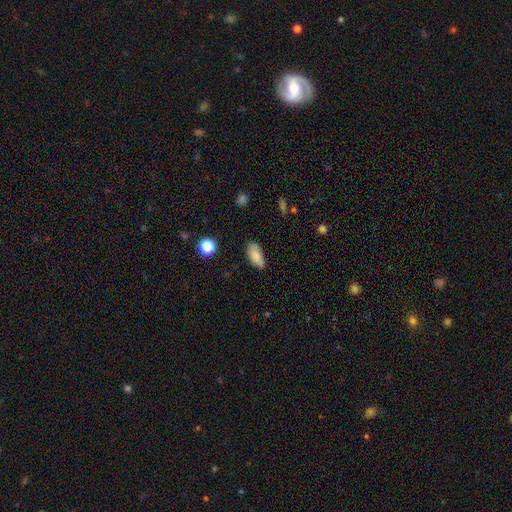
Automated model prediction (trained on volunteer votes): Smooth or featured? Predicted: smooth (p=0.84). How rounded? Predicted: in between (p=0.88). Merging? Predicted: none (p=0.81).